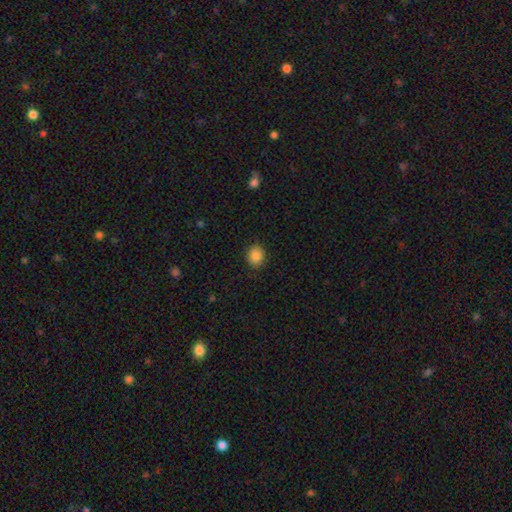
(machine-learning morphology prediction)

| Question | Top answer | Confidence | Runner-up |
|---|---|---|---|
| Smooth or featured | smooth | 86% | star or artifact (9%) |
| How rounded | round | 62% | in between (37%) |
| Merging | none | 88% | minor disturbance (8%) |